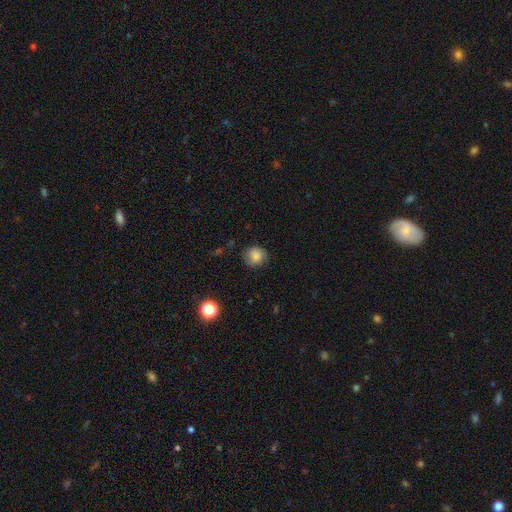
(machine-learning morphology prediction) Q: Smooth or featured?
A: smooth (83%); runner-up: star or artifact (10%)
Q: How rounded?
A: round (83%); runner-up: in between (16%)
Q: Merging?
A: none (79%); runner-up: minor disturbance (16%)